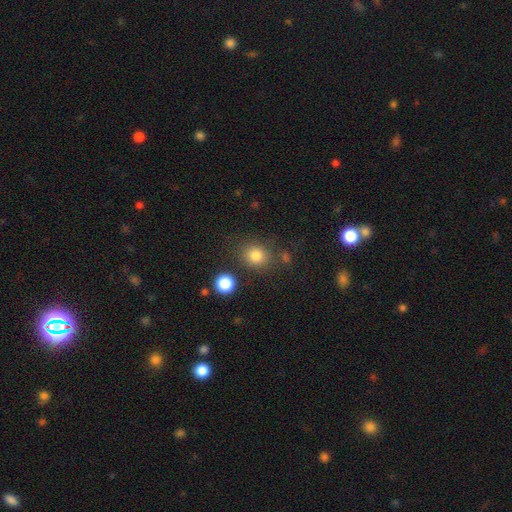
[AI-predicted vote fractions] This is clearly a smooth galaxy (82%). How rounded: likely round (77%). Merging: likely none (77%).